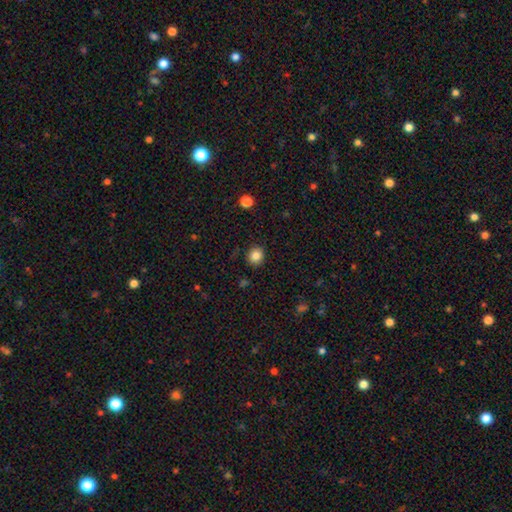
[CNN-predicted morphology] Smooth or featured: smooth — 84% (star or artifact — 10%)
How rounded: round — 84% (in between — 15%)
Merging: none — 89% (minor disturbance — 7%)